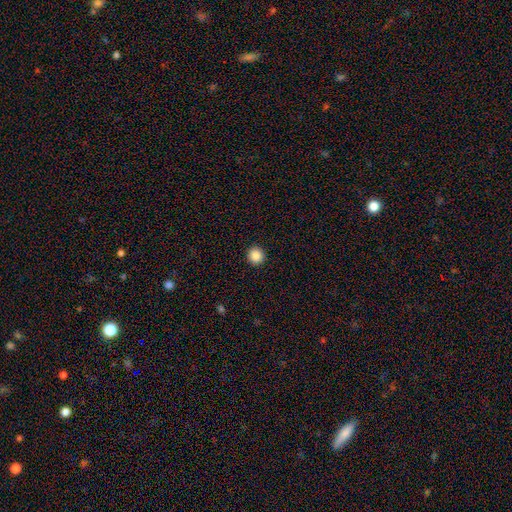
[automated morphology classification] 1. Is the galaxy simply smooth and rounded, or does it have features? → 88% smooth, 10% star or artifact, 3% featured or disk.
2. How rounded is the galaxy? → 93% round, 6% in between, 1% cigar-shaped.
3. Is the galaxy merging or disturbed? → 93% none, 4% minor disturbance, 2% major disturbance, 1% merger.